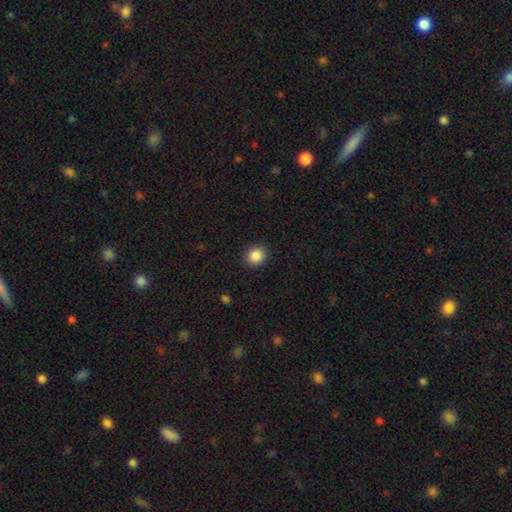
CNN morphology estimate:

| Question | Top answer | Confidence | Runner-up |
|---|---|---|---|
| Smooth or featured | smooth | 87% | star or artifact (9%) |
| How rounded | round | 71% | in between (28%) |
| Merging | none | 90% | minor disturbance (7%) |